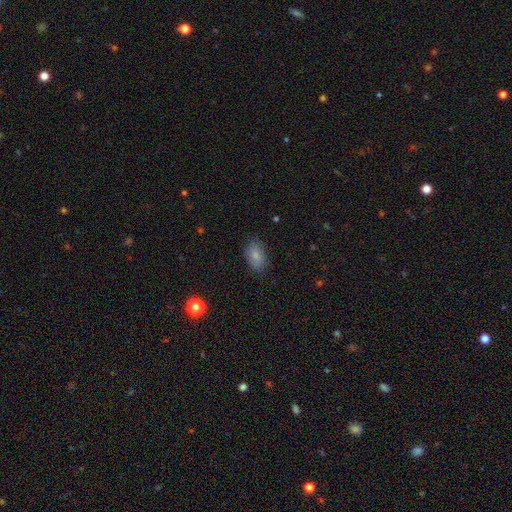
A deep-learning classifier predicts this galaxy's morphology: smooth-or-featured: smooth: 82% | featured or disk: 10% | star or artifact: 8%
  how-rounded: in between: 91% | round: 8% | cigar-shaped: 2%
  merging: none: 82% | minor disturbance: 14% | major disturbance: 3% | merger: 1%